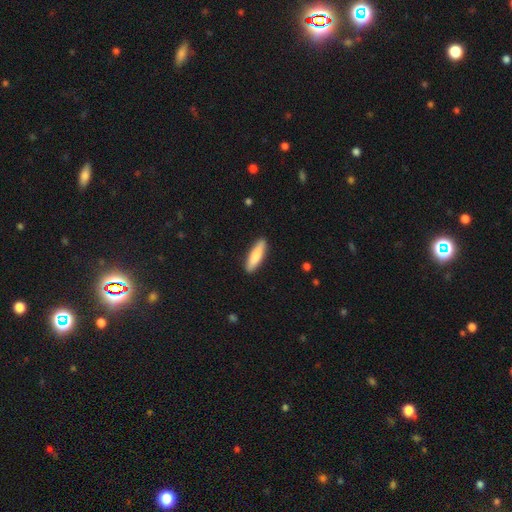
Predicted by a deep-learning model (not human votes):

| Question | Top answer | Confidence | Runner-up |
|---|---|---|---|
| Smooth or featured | smooth | 82% | featured or disk (13%) |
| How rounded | cigar-shaped | 74% | in between (24%) |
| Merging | none | 90% | minor disturbance (7%) |